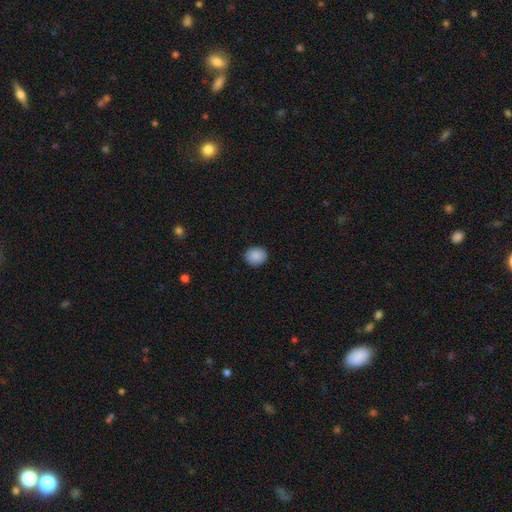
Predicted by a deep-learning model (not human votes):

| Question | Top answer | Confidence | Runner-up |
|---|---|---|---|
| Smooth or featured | smooth | 89% | star or artifact (8%) |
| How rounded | round | 71% | in between (28%) |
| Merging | none | 90% | minor disturbance (7%) |